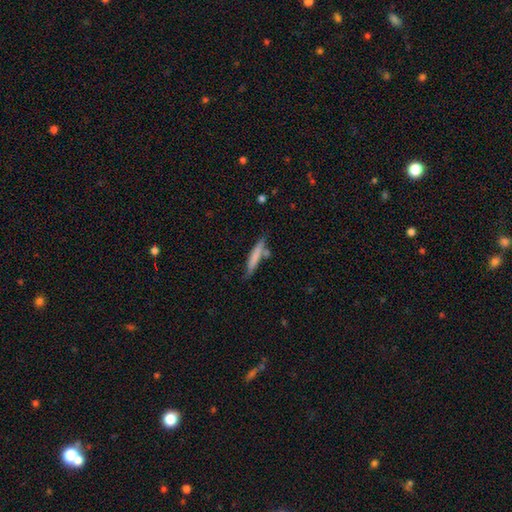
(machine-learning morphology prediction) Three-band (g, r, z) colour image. It shows a smooth galaxy with no disk features (70%) that is cigar-shaped (92%). Merging: none (68%).